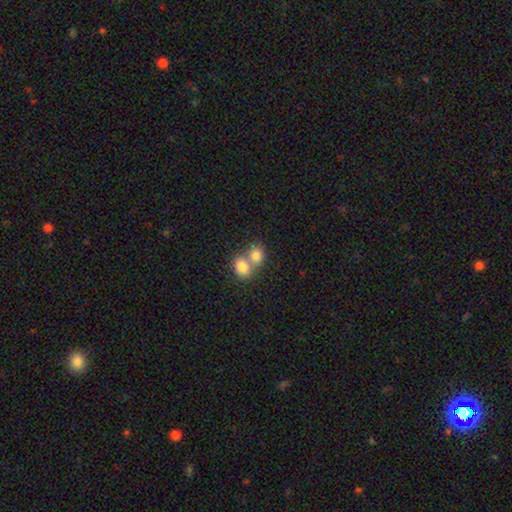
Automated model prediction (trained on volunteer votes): Smooth or featured: smooth — 81% (featured or disk — 10%)
How rounded: round — 56% (in between — 43%)
Merging: merger — 63% (none — 29%)